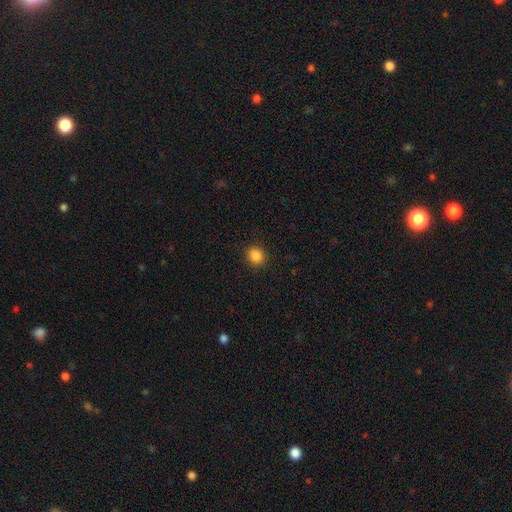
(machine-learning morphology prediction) Smooth or featured: smooth — 86% (star or artifact — 10%)
How rounded: round — 73% (in between — 26%)
Merging: none — 89% (minor disturbance — 8%)